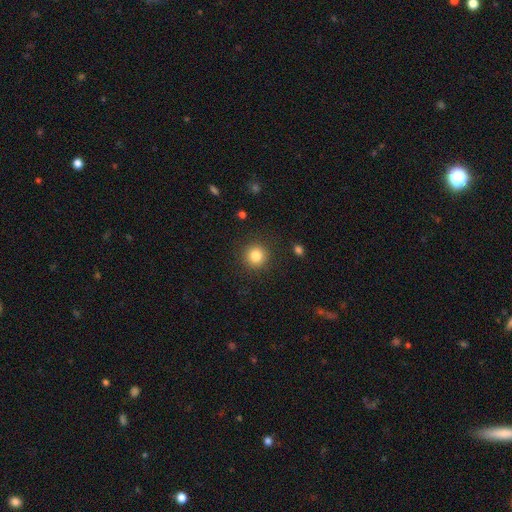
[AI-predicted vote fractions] Smooth or featured?
  - smooth: 84% *
  - star or artifact: 10%
  - featured or disk: 6%
How rounded?
  - round: 94% *
  - in between: 5%
  - cigar-shaped: 1%
Merging?
  - none: 90% *
  - minor disturbance: 6%
  - major disturbance: 3%
  - merger: 1%